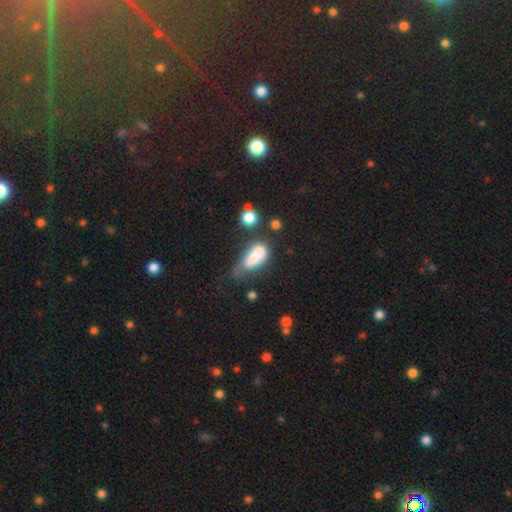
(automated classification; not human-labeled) This appears to be a smooth galaxy with no disk features (60%) that is in between round and cigar-shaped (80%). Merging: merger (40%).